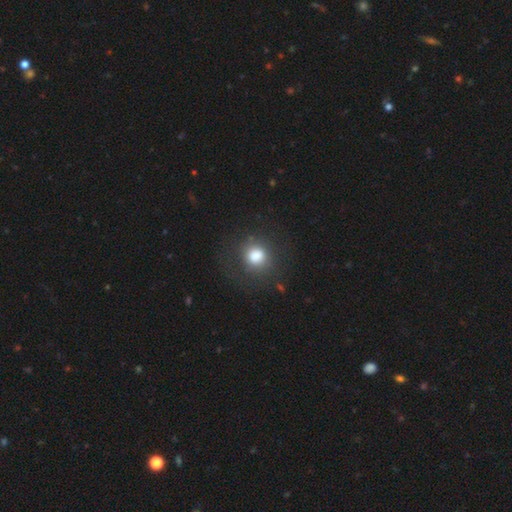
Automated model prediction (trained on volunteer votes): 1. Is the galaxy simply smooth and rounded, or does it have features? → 80% smooth, 11% star or artifact, 8% featured or disk.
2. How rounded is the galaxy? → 86% round, 13% in between, 1% cigar-shaped.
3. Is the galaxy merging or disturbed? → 72% none, 15% minor disturbance, 11% major disturbance, 2% merger.